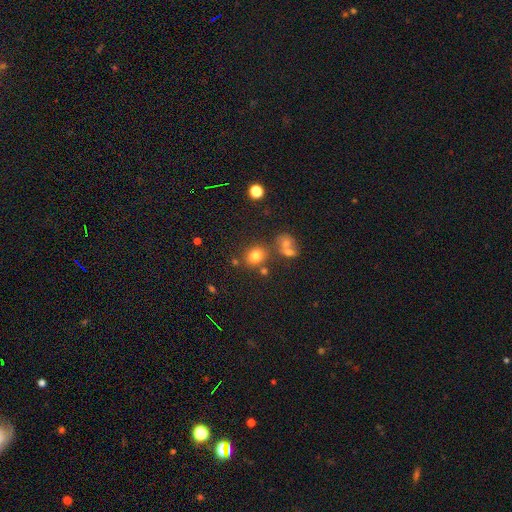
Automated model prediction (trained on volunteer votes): Q: Smooth or featured?
A: smooth (76%); runner-up: star or artifact (15%)
Q: How rounded?
A: round (55%); runner-up: in between (44%)
Q: Merging?
A: none (71%); runner-up: merger (14%)